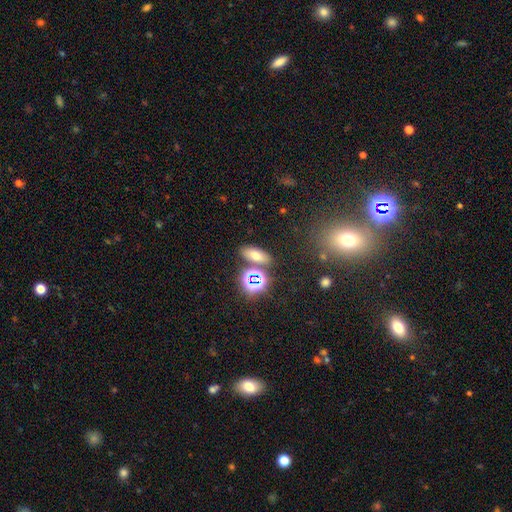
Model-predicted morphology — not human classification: This is likely a smooth galaxy (62%). How rounded: likely in between (73%). Merging: likely none (79%).